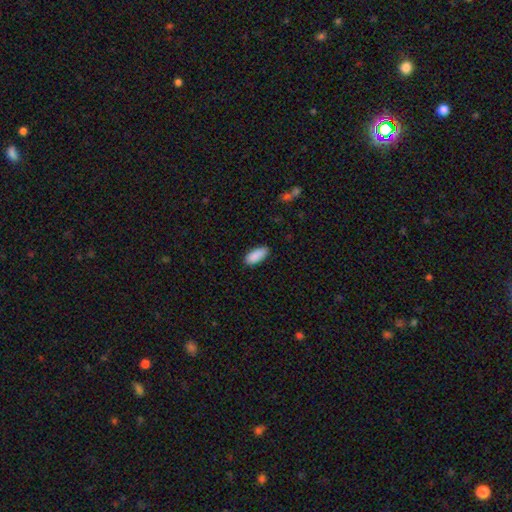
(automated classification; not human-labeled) This is clearly a smooth galaxy (91%). How rounded: clearly in between (88%). Merging: clearly none (85%).